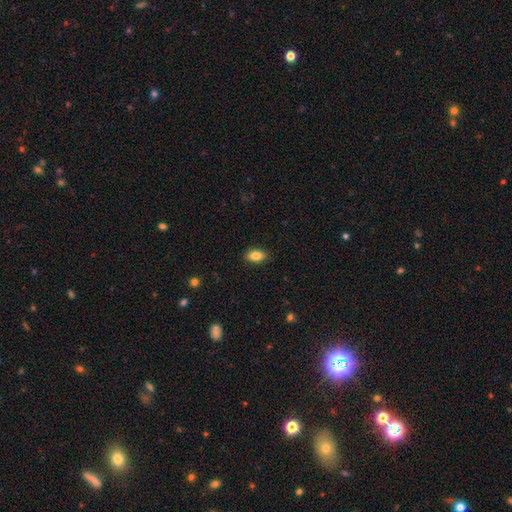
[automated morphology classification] type=smooth (84%); roundness=in between (88%); merging=none (88%).